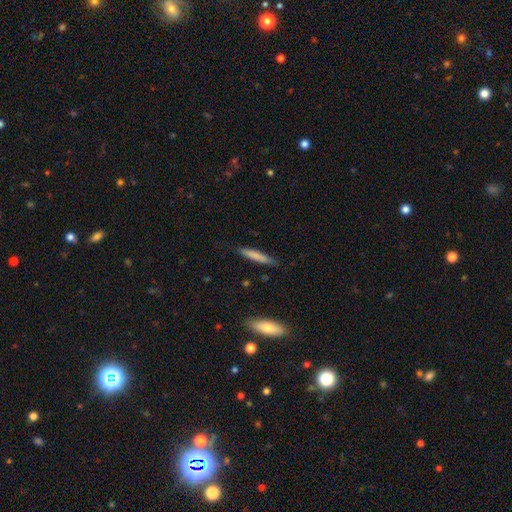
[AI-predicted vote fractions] smooth-or-featured: smooth: 76% | featured or disk: 18% | star or artifact: 6%
  how-rounded: cigar-shaped: 92% | in between: 7% | round: 1%
  merging: none: 86% | minor disturbance: 11% | major disturbance: 2% | merger: 2%